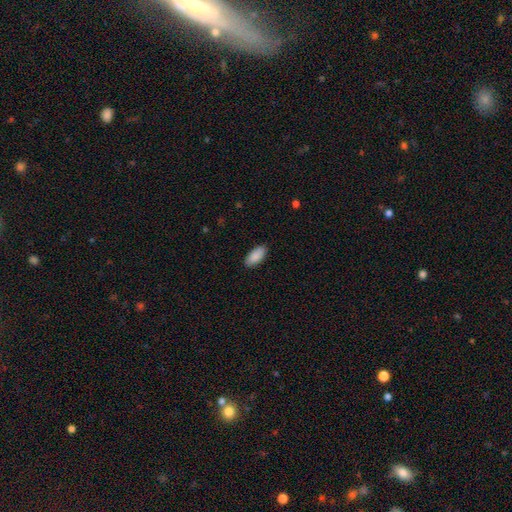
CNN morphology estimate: This appears to be a smooth galaxy with no disk features (90%) that is in between round and cigar-shaped (91%). Merging: none (88%).